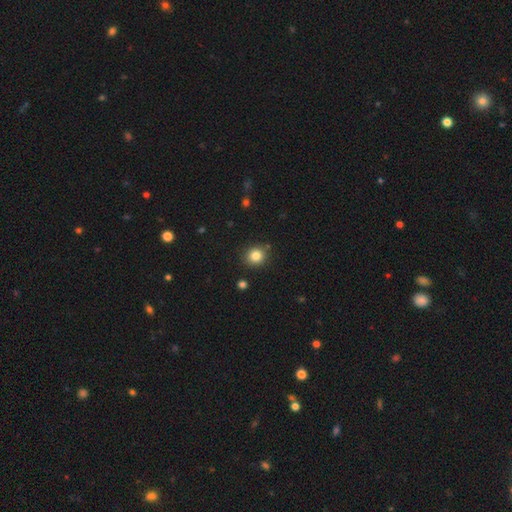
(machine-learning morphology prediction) This appears to be a smooth galaxy with no disk features (83%) that is round (84%). Merging: none (86%).